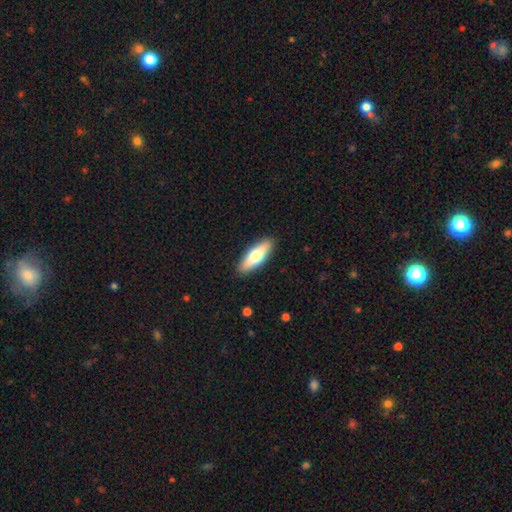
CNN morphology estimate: The model was most divided on "how rounded": in between: 52%, cigar-shaped: 45%, round: 2%. More confident: merging — none (89%); smooth or featured — smooth (61%).